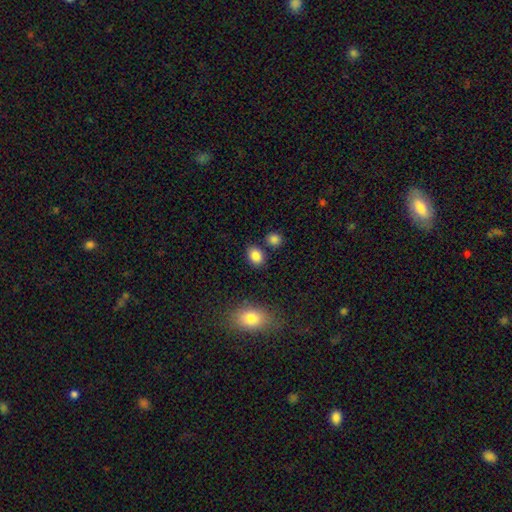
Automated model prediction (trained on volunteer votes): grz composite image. It shows a smooth galaxy with no disk features (86%) that is in between round and cigar-shaped (66%). Merging: none (79%).